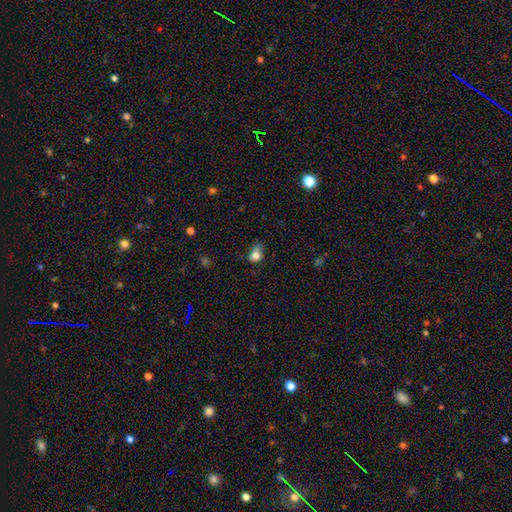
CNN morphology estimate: smooth-or-featured: smooth: 79% | star or artifact: 11% | featured or disk: 11%
  how-rounded: in between: 67% | round: 31% | cigar-shaped: 2%
  merging: minor disturbance: 41% | none: 35% | major disturbance: 20% | merger: 4%